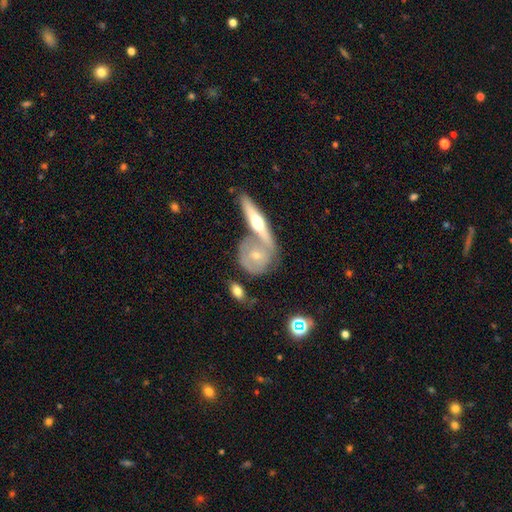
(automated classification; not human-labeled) featured or disk 57%, smooth 37%, star or artifact 6%. Down the decision tree: edge-on disk — no (69%); merging — none (47%).